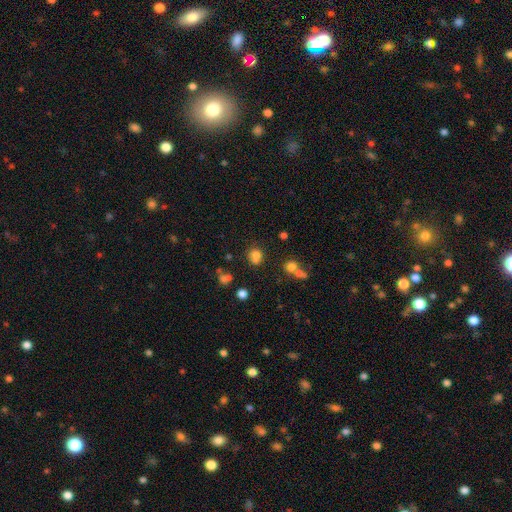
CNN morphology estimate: A smooth galaxy with no disk features (76%) that is round (68%). Merging: none (60%).